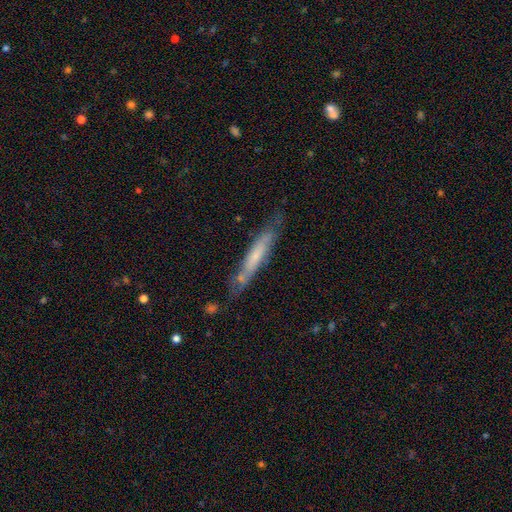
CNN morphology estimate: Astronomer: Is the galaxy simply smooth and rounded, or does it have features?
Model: smooth — 49% (runner-up: featured or disk, 45%).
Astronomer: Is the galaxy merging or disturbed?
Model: none — 68%.